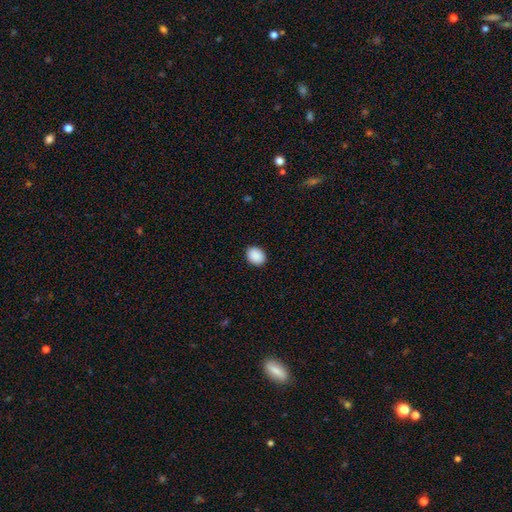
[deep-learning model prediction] This appears to be a smooth galaxy with no disk features (90%) that is in between round and cigar-shaped (61%). Merging: none (90%).